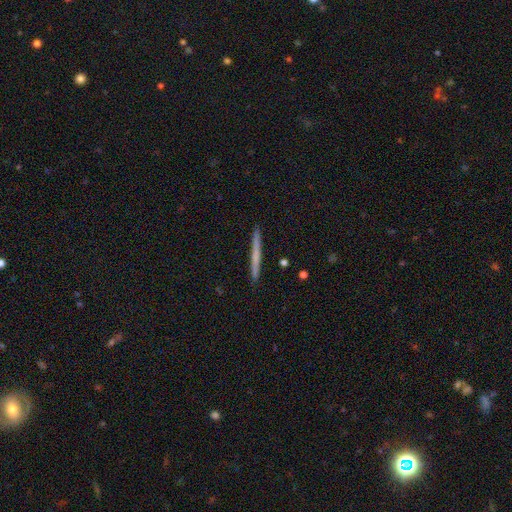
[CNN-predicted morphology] The model was most divided on "smooth or featured": smooth: 54%, featured or disk: 41%, star or artifact: 6%. More confident: how rounded — cigar-shaped (97%); merging — none (93%).